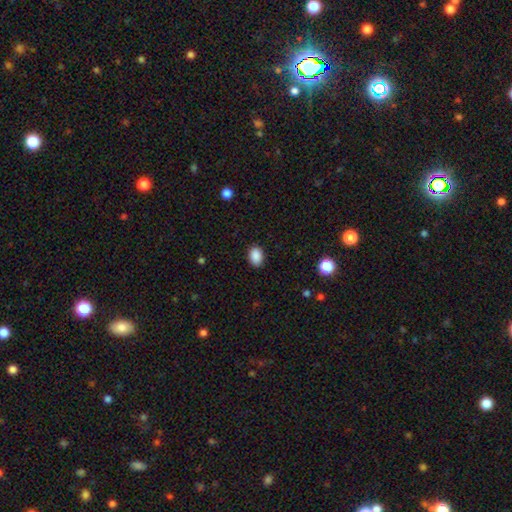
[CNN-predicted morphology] Smooth or featured? smooth (88%)
How rounded? in between (79%)
Merging? none (88%)